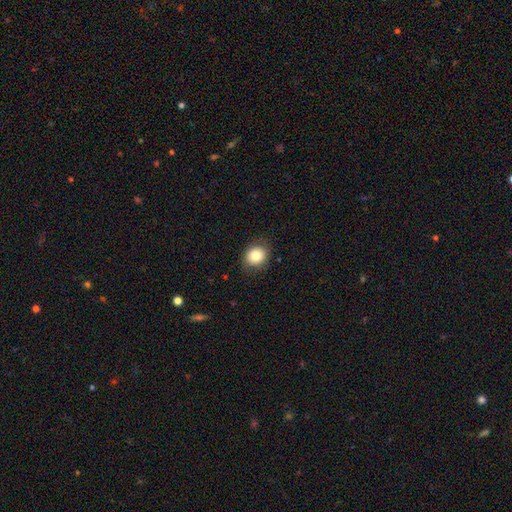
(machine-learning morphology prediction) smooth_or_featured: smooth (p=0.82) [alt: star or artifact p=0.09]
how_rounded: round (p=0.69) [alt: in between p=0.30]
merging: none (p=0.83) [alt: minor disturbance p=0.13]